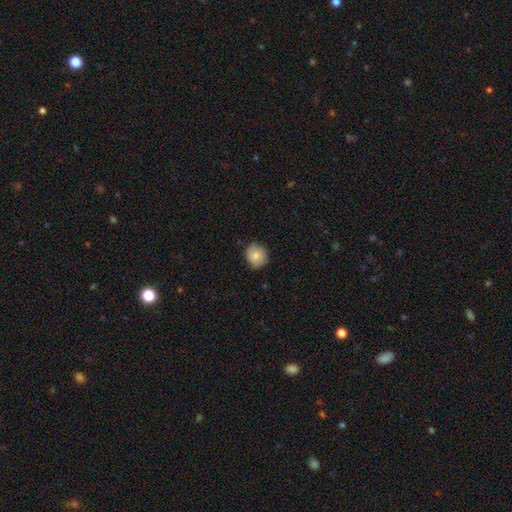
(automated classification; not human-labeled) smooth_or_featured: smooth (p=0.79) [alt: featured or disk p=0.14]
how_rounded: round (p=0.77) [alt: in between p=0.22]
merging: none (p=0.77) [alt: minor disturbance p=0.19]